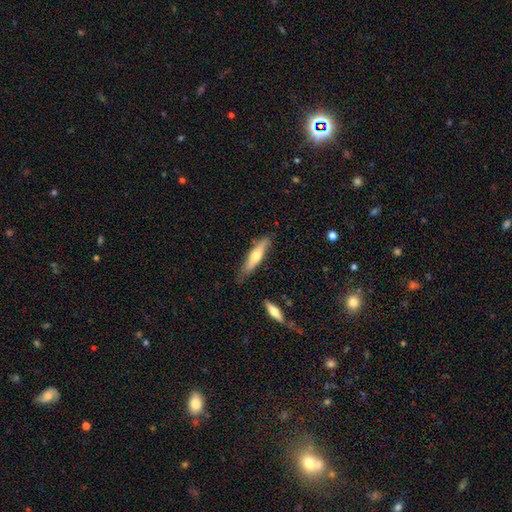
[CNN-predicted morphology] A smooth galaxy with no disk features (53%) that is cigar-shaped (80%).

Vote fractions:
- Smooth or featured? smooth: 53% / featured or disk: 42% / star or artifact: 5%
- How rounded? cigar-shaped: 80% / in between: 19% / round: 2%
- Merging? none: 76% / minor disturbance: 18% / major disturbance: 3% / merger: 3%